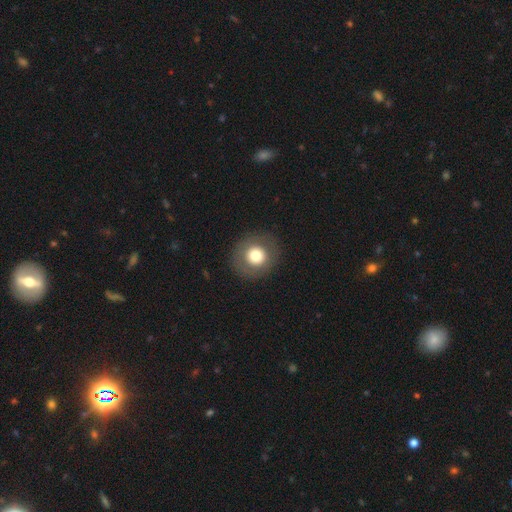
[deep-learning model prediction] Morphology: type=smooth (72%); roundness=round (91%); merging=none (89%).